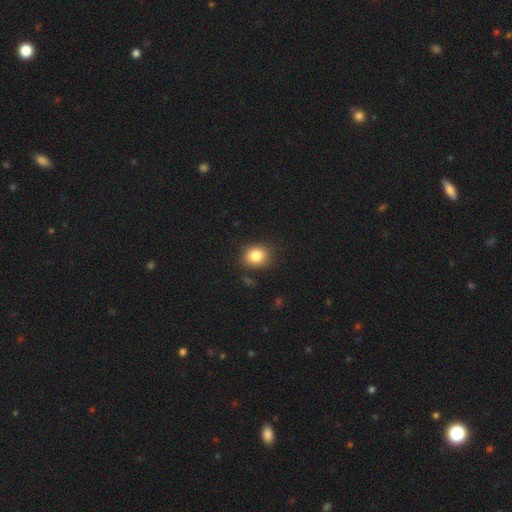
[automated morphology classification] A smooth galaxy with no disk features (83%) that is round (66%).

Vote fractions:
- Smooth or featured? smooth: 83% / star or artifact: 10% / featured or disk: 6%
- How rounded? round: 66% / in between: 33% / cigar-shaped: 1%
- Merging? none: 82% / minor disturbance: 12% / major disturbance: 3% / merger: 2%